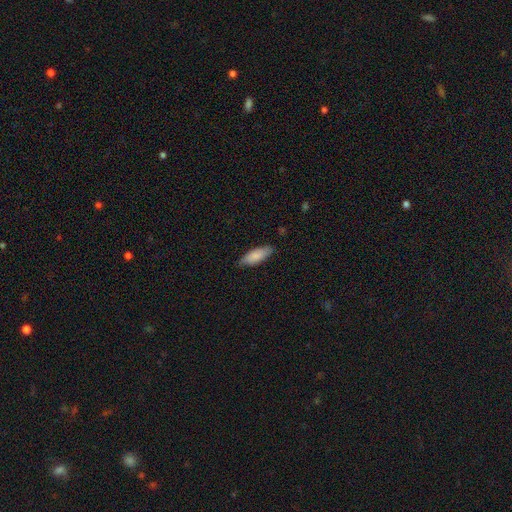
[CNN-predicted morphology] This appears to be a smooth galaxy with no disk features (82%) that is in between round and cigar-shaped (70%). Merging: none (78%).